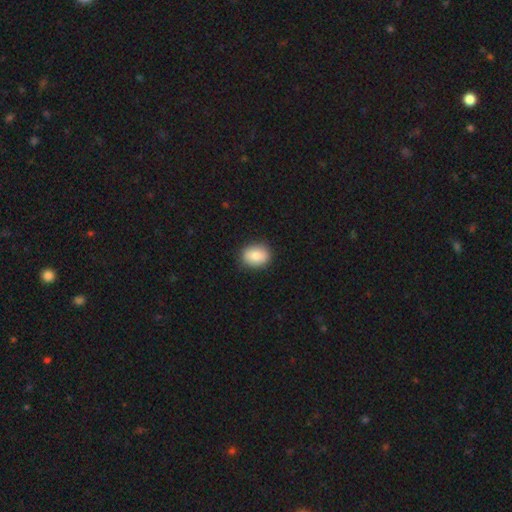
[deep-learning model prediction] The model was most divided on "how rounded": in between: 58%, round: 41%, cigar-shaped: 1%. More confident: merging — none (88%); smooth or featured — smooth (85%).